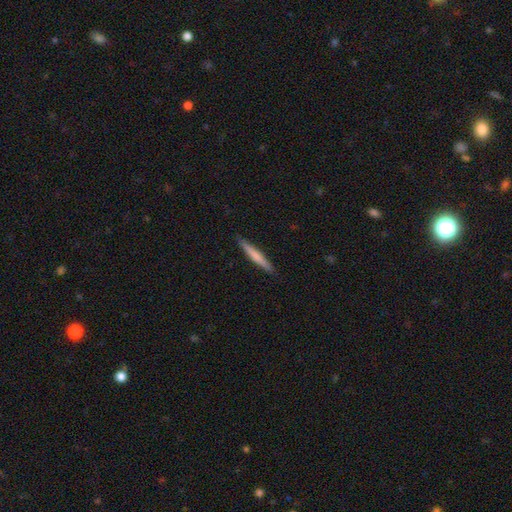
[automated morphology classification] Smooth or featured?
  - smooth: 65% *
  - featured or disk: 30%
  - star or artifact: 5%
How rounded?
  - cigar-shaped: 96% *
  - in between: 3%
  - round: 1%
Merging?
  - none: 91% *
  - minor disturbance: 7%
  - major disturbance: 1%
  - merger: 1%